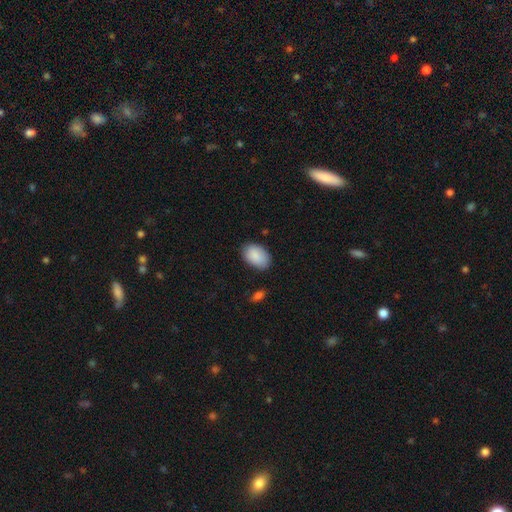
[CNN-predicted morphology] This is clearly a smooth galaxy (89%). How rounded: clearly in between (90%). Merging: likely none (80%).